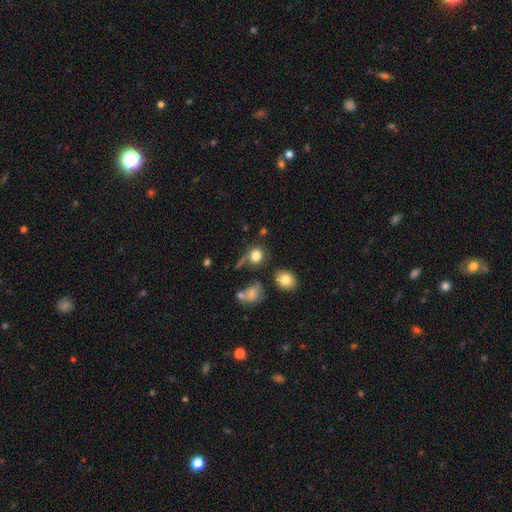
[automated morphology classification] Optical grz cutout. It shows a smooth galaxy with no disk features (79%) that is round (75%). Merging: none (56%).